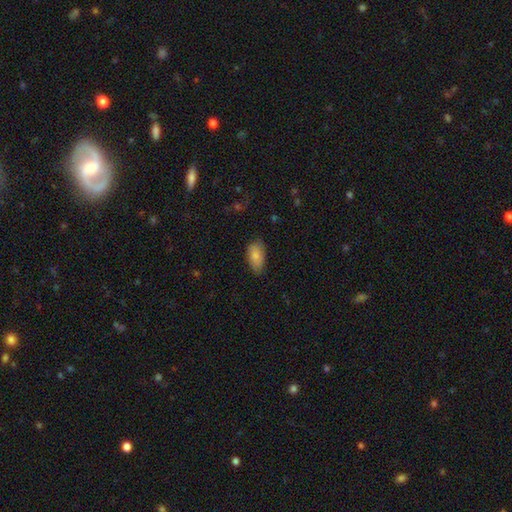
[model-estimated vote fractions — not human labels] smooth 83%, featured or disk 10%, star or artifact 6%. Down the decision tree: how rounded — in between (92%); merging — none (72%).